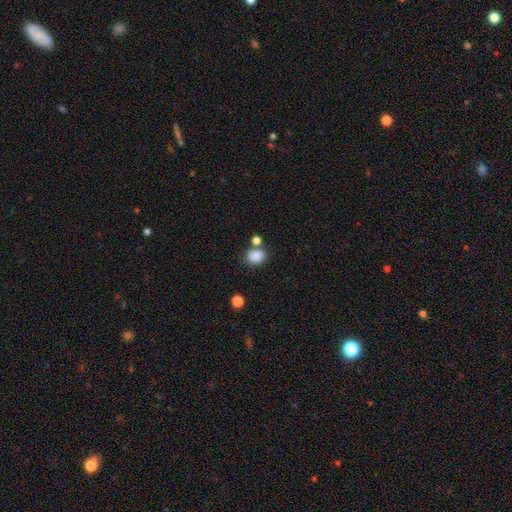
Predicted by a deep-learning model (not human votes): smooth-or-featured: smooth: 86% | star or artifact: 10% | featured or disk: 4%
  how-rounded: round: 59% | in between: 40% | cigar-shaped: 1%
  merging: none: 68% | merger: 16% | minor disturbance: 12% | major disturbance: 4%